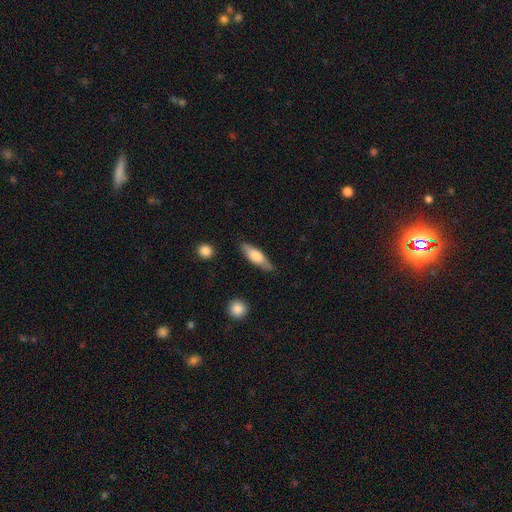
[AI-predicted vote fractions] smooth 60%, featured or disk 34%, star or artifact 6%. Down the decision tree: how rounded — cigar-shaped (52%); merging — none (80%).